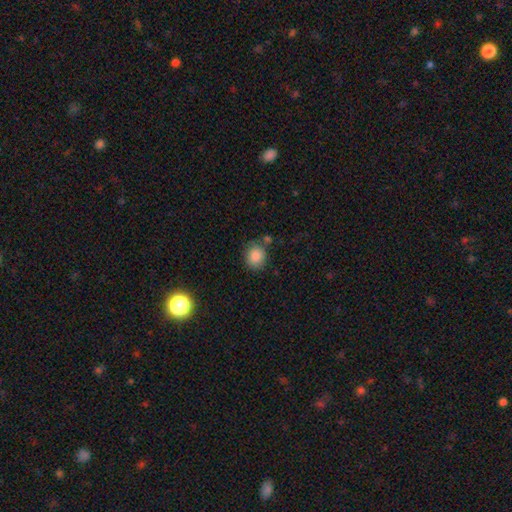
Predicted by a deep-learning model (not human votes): Smooth or featured?
  - smooth: 86% *
  - star or artifact: 9%
  - featured or disk: 5%
How rounded?
  - round: 72% *
  - in between: 27%
  - cigar-shaped: 1%
Merging?
  - none: 73% *
  - minor disturbance: 15%
  - merger: 9%
  - major disturbance: 4%